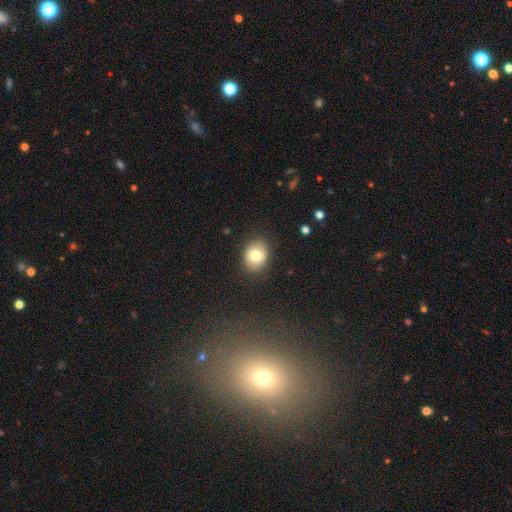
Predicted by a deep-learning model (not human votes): Morphology: type=smooth (74%); roundness=round (53%); merging=none (85%).